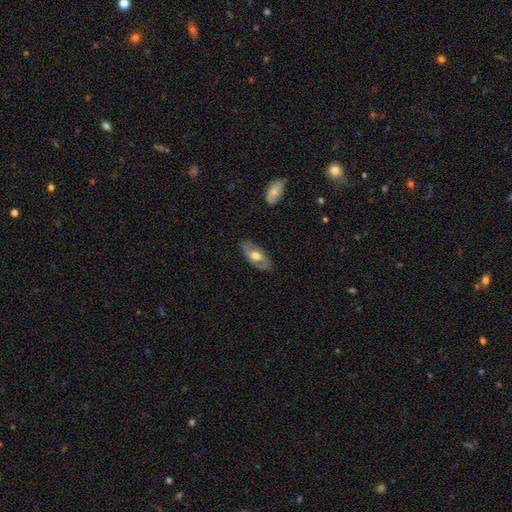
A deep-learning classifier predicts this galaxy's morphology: Smooth or featured: featured or disk — 52% (smooth — 43%)
Edge-on disk: no — 83% (yes — 17%)
Merging: none — 80% (minor disturbance — 15%)